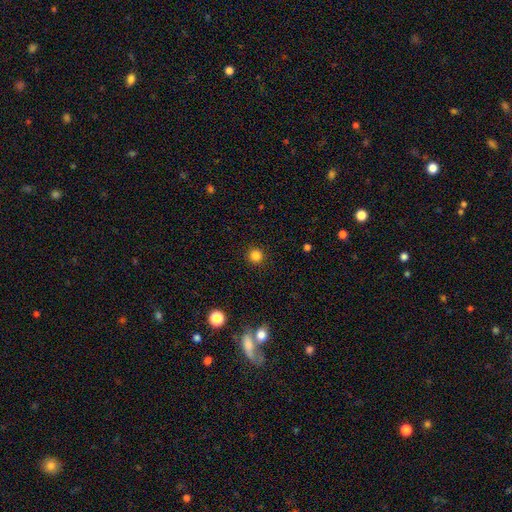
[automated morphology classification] Smooth or featured? smooth (83%)
How rounded? round (95%)
Merging? none (92%)